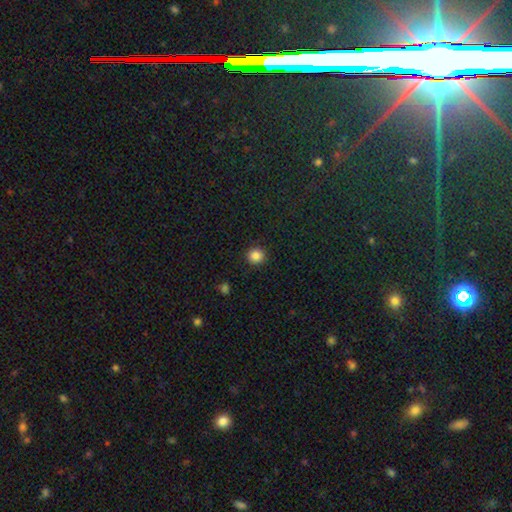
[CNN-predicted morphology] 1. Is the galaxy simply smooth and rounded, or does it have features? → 85% smooth, 11% star or artifact, 4% featured or disk.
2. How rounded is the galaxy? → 91% round, 8% in between, 1% cigar-shaped.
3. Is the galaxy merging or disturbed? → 91% none, 6% minor disturbance, 2% major disturbance, 1% merger.